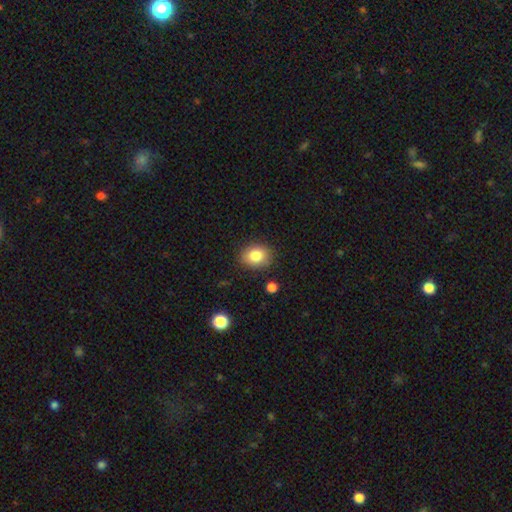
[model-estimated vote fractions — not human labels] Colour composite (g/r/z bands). It shows a smooth galaxy with no disk features (84%) that is round (50%, tied with in between). Merging: none (85%).